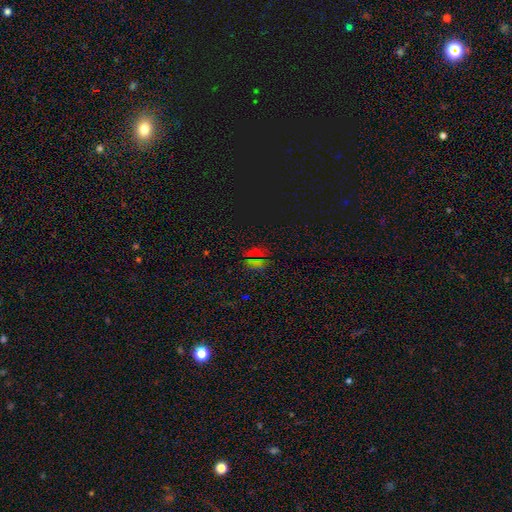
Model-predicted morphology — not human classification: type=star or artifact (48%).